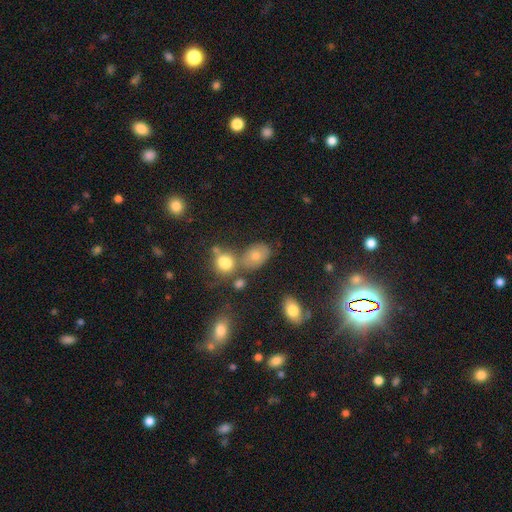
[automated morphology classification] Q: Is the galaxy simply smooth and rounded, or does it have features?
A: smooth — 71%.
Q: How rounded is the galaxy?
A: in between — 78%.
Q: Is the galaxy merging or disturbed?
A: none — 54%.